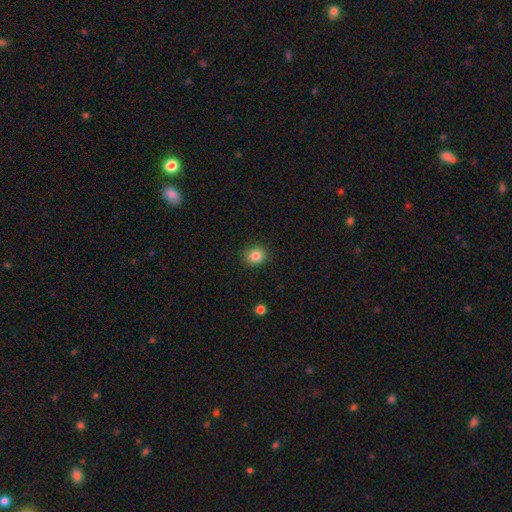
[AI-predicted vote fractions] Smooth or featured? smooth (85%)
How rounded? round (78%)
Merging? none (90%)